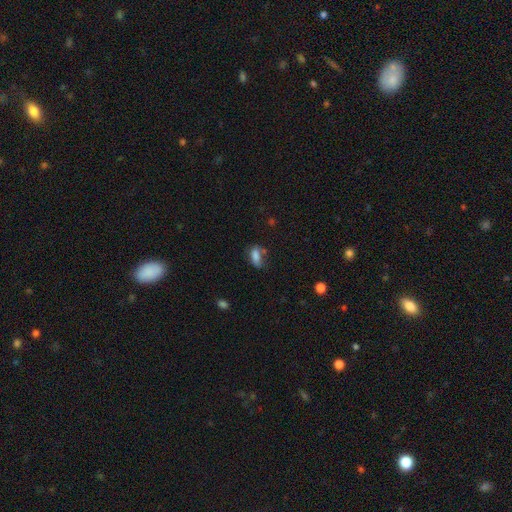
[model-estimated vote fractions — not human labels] smooth 76%, featured or disk 13%, star or artifact 11%. Down the decision tree: how rounded — in between (84%); merging — none (44%).